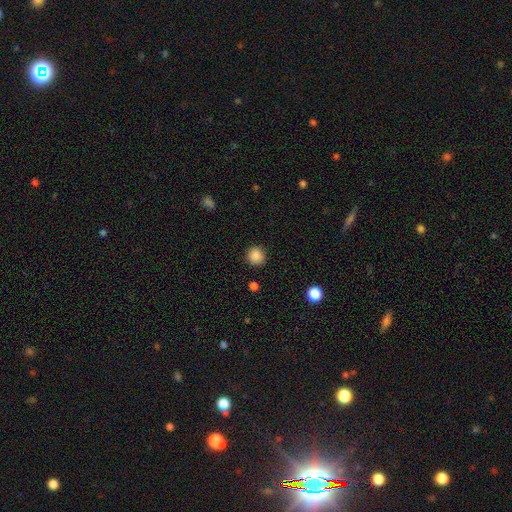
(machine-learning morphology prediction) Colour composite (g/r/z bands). It shows a smooth galaxy with no disk features (87%) that is round (91%). Merging: none (90%).